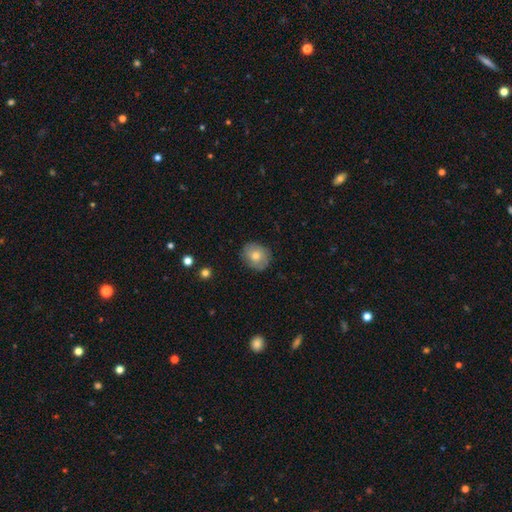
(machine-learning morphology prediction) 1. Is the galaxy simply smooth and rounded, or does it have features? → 66% smooth, 26% featured or disk, 8% star or artifact.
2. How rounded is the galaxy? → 75% round, 24% in between, 1% cigar-shaped.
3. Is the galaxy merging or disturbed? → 82% none, 14% minor disturbance, 3% major disturbance, 1% merger.